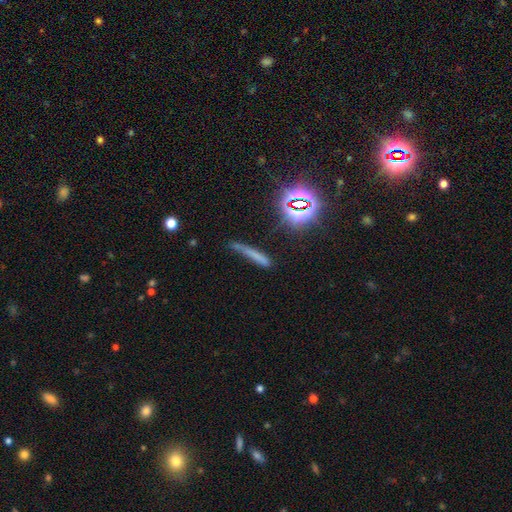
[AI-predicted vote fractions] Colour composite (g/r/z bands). It shows a smooth galaxy with no disk features (56%) that is cigar-shaped (90%). Merging: none (64%).